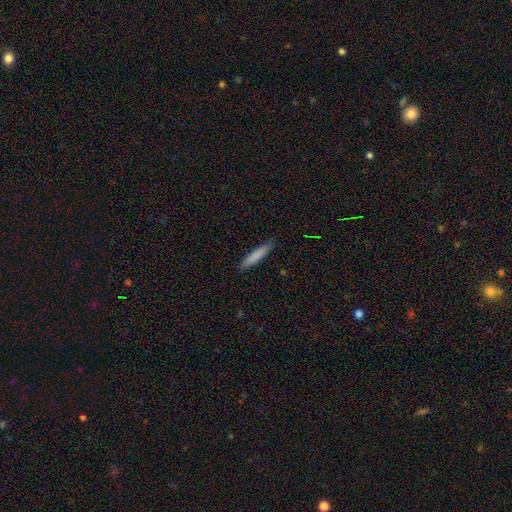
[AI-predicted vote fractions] Overall: smooth (82%). How rounded: cigar-shaped (91%). Merging: none (88%).